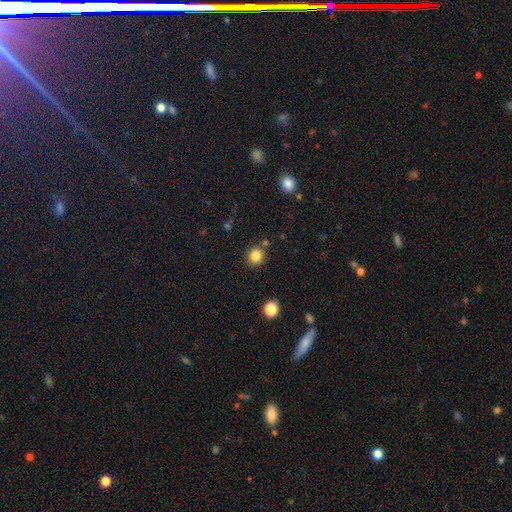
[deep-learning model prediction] A smooth galaxy with no disk features (83%) that is round (89%).

Vote fractions:
- Smooth or featured? smooth: 83% / star or artifact: 12% / featured or disk: 5%
- How rounded? round: 89% / in between: 10% / cigar-shaped: 1%
- Merging? none: 84% / minor disturbance: 8% / merger: 6% / major disturbance: 2%